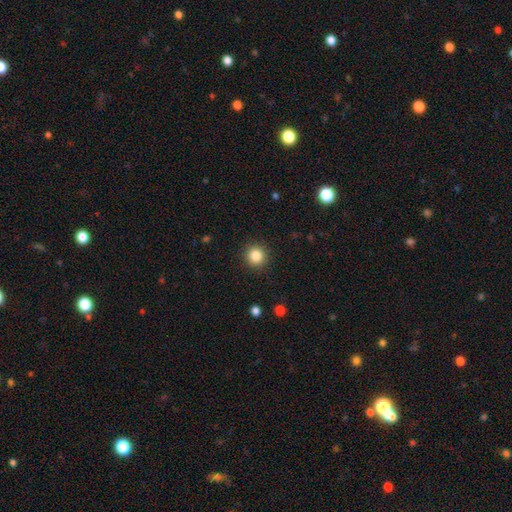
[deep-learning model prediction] The model was most divided on "smooth or featured": smooth: 85%, star or artifact: 11%, featured or disk: 4%. More confident: how rounded — round (93%); merging — none (91%).